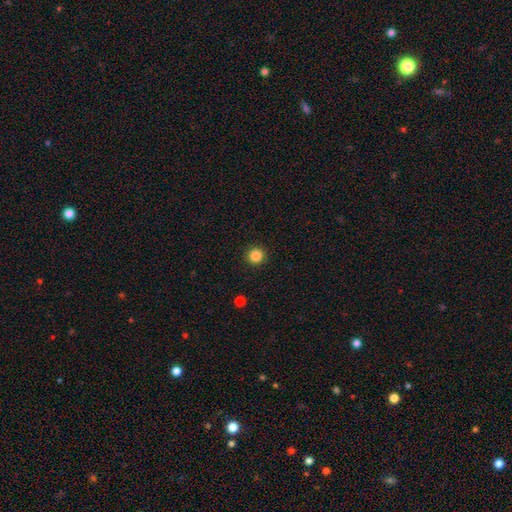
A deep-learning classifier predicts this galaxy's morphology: Q: Smooth or featured?
A: smooth (86%); runner-up: star or artifact (11%)
Q: How rounded?
A: round (95%); runner-up: in between (4%)
Q: Merging?
A: none (93%); runner-up: minor disturbance (4%)